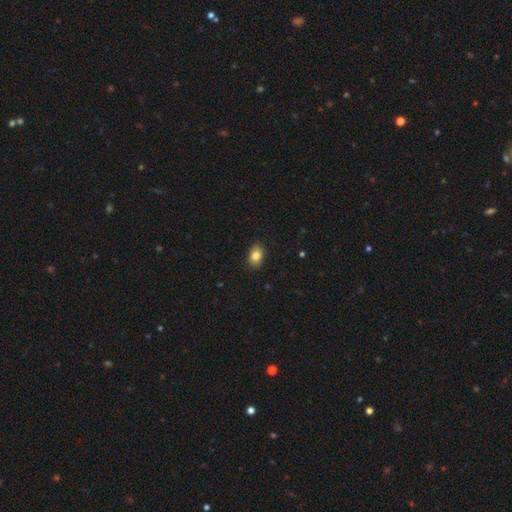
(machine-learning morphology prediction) Smooth or featured? Predicted: smooth (p=0.84). How rounded? Predicted: in between (p=0.79). Merging? Predicted: none (p=0.88).